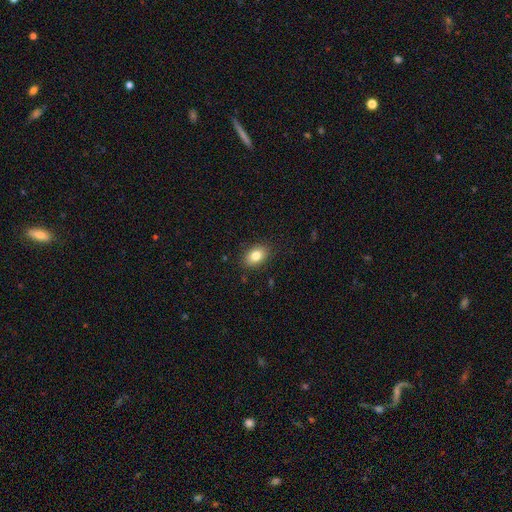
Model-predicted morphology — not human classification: Overall: smooth (82%). How rounded: in between (81%). Merging: none (87%).